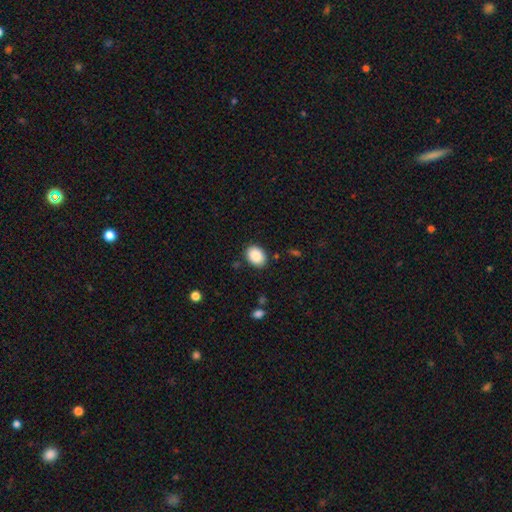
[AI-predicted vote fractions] Smooth or featured?
  - smooth: 89% *
  - star or artifact: 7%
  - featured or disk: 4%
How rounded?
  - in between: 69% *
  - round: 30%
  - cigar-shaped: 1%
Merging?
  - none: 87% *
  - minor disturbance: 9%
  - major disturbance: 2%
  - merger: 2%